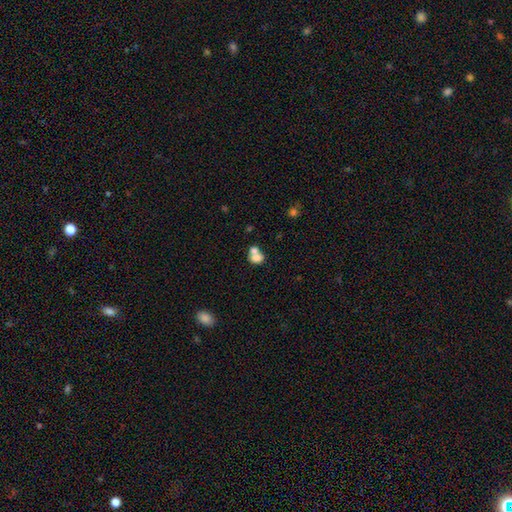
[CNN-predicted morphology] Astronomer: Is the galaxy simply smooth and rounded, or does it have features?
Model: smooth — 72%.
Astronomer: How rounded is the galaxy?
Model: round — 51% (runner-up: in between, 48%).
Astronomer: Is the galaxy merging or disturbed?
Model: merger — 62%.